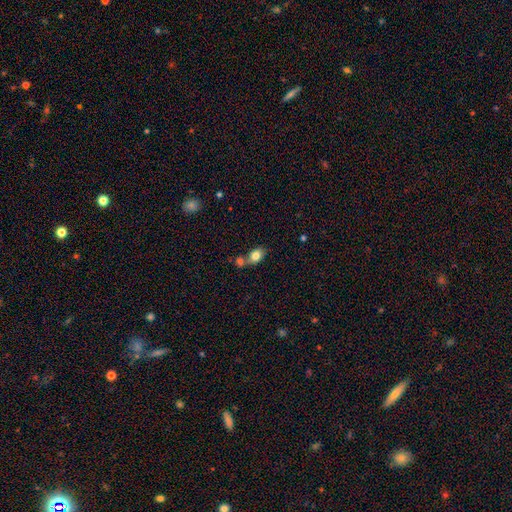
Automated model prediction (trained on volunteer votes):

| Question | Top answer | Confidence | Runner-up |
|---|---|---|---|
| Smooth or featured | smooth | 81% | featured or disk (11%) |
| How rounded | in between | 76% | round (22%) |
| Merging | none | 46% | merger (38%) |